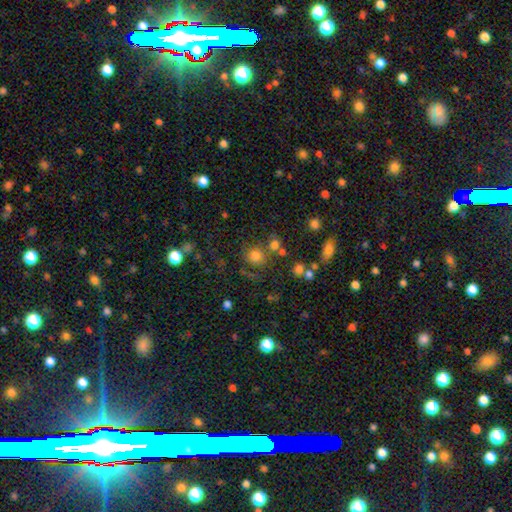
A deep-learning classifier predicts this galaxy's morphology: Q: Smooth or featured?
A: smooth (73%); runner-up: star or artifact (17%)
Q: How rounded?
A: round (87%); runner-up: in between (12%)
Q: Merging?
A: none (67%); runner-up: merger (14%)